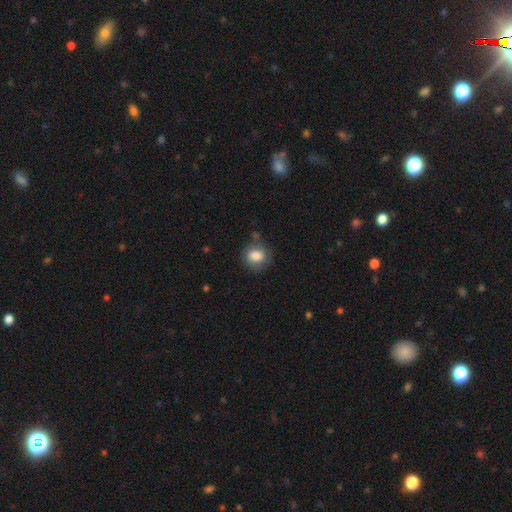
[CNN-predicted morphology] This appears to be a smooth galaxy with no disk features (76%) that is round (73%). Merging: none (66%).